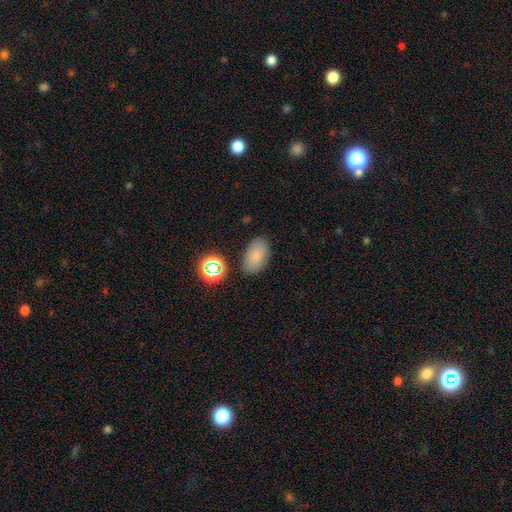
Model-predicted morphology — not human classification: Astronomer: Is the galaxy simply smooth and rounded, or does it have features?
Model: smooth — 79%.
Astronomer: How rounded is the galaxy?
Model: in between — 92%.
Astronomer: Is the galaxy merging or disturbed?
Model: none — 82%.